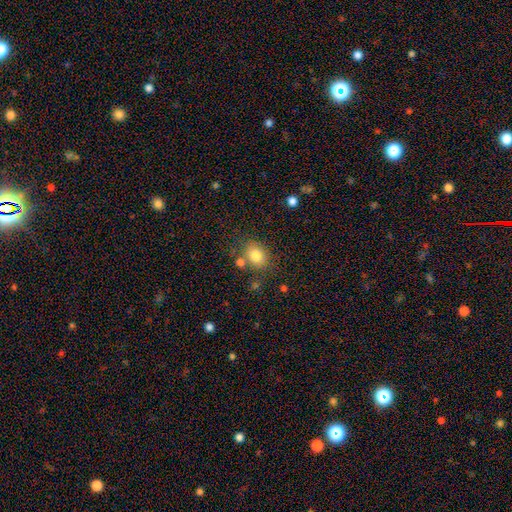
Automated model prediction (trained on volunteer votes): Q: Smooth or featured?
A: smooth (81%); runner-up: star or artifact (10%)
Q: How rounded?
A: round (53%); runner-up: in between (46%)
Q: Merging?
A: none (72%); runner-up: minor disturbance (14%)